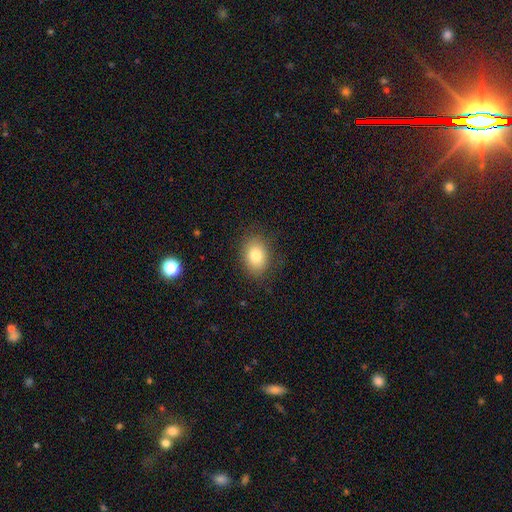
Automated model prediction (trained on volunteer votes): smooth-or-featured: smooth: 81% | featured or disk: 10% | star or artifact: 9%
  how-rounded: in between: 68% | round: 31% | cigar-shaped: 1%
  merging: none: 84% | minor disturbance: 11% | major disturbance: 4% | merger: 1%